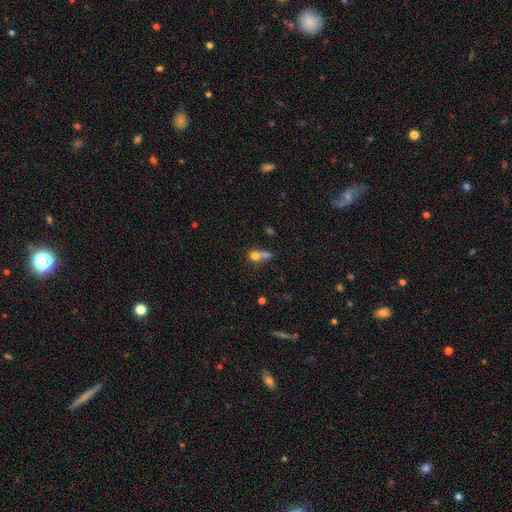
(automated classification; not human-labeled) Morphology: type=smooth (68%); roundness=round (57%); merging=merger (40%).